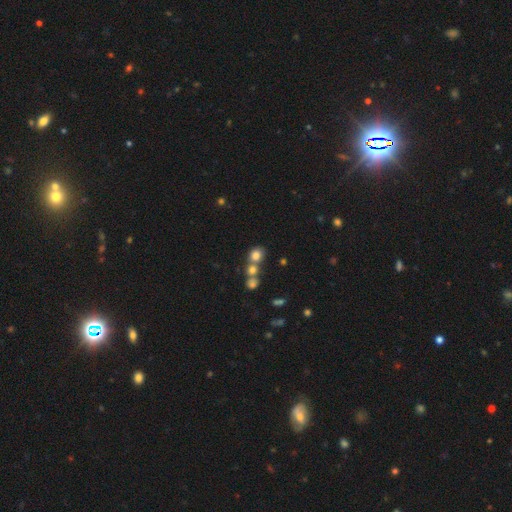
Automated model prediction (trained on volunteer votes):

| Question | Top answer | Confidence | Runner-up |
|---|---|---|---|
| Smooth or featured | smooth | 76% | star or artifact (14%) |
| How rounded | round | 79% | in between (20%) |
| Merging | none | 48% | merger (40%) |